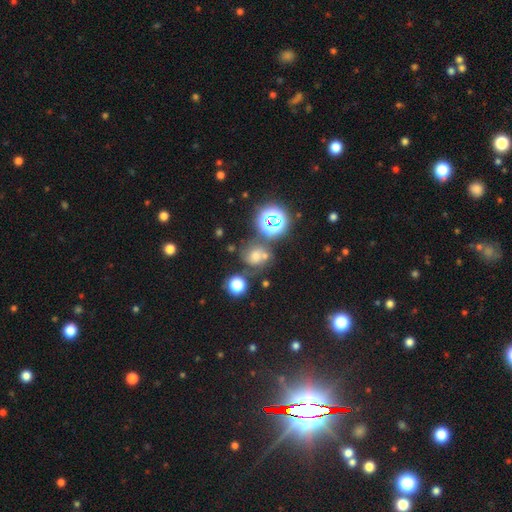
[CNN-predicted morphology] Smooth or featured? Predicted: smooth (p=0.44). Merging? Predicted: none (p=0.54).